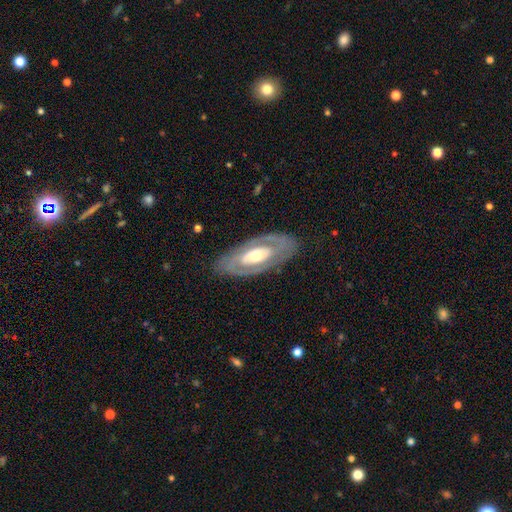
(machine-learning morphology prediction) smooth_or_featured: featured or disk (p=0.74) [alt: smooth p=0.21]
disk_edge_on: no (p=0.88) [alt: yes p=0.12]
bar: no (p=0.67) [alt: weak p=0.20]
has_spiral_arms: no (p=0.51) [alt: yes p=0.49]
bulge_size: moderate (p=0.57) [alt: small p=0.31]
merging: none (p=0.82) [alt: minor disturbance p=0.12]